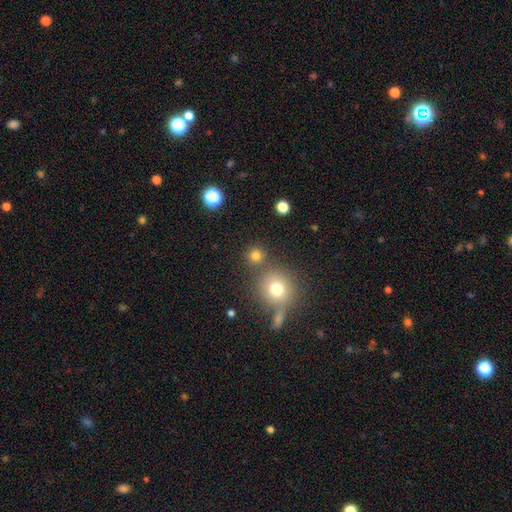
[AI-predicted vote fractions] Morphology: type=smooth (76%); roundness=round (92%); merging=none (76%).